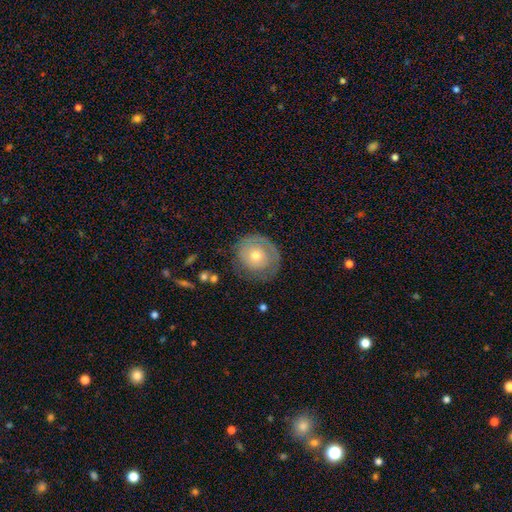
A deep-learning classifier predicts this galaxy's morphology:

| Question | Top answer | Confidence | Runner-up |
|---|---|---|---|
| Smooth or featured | smooth | 48% | featured or disk (44%) |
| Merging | none | 69% | minor disturbance (20%) |